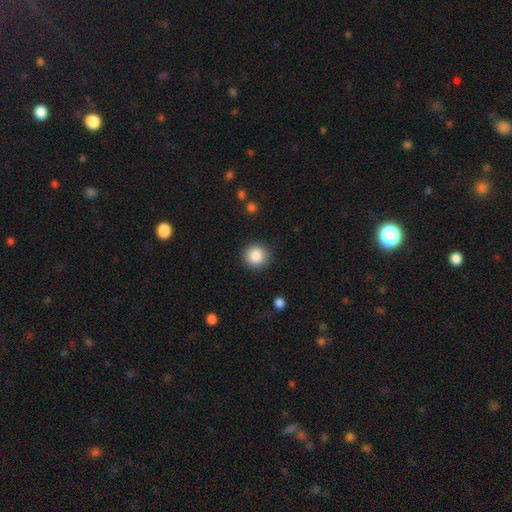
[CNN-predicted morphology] smooth_or_featured: smooth (p=0.86) [alt: star or artifact p=0.09]
how_rounded: round (p=0.92) [alt: in between p=0.07]
merging: none (p=0.89) [alt: minor disturbance p=0.07]